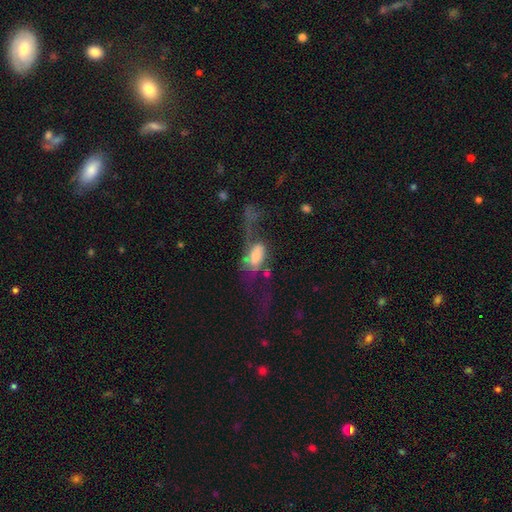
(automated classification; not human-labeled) The model was most divided on "smooth or featured": featured or disk: 53%, smooth: 37%, star or artifact: 10%. More confident: edge-on disk — no (87%); merging — major disturbance (55%).